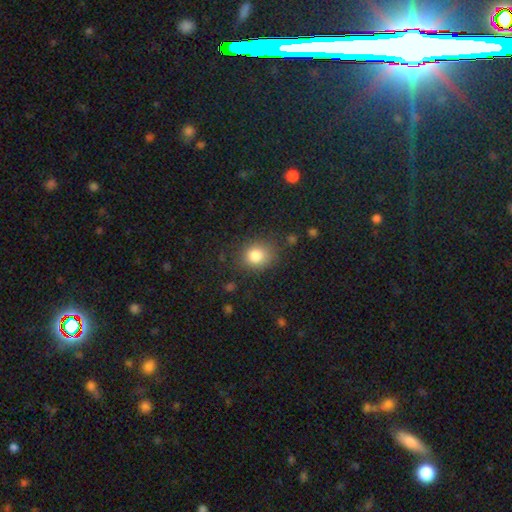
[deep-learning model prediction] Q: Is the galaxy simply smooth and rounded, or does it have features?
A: smooth — 83%.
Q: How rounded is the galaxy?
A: round — 68%.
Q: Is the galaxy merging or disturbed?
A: none — 81%.